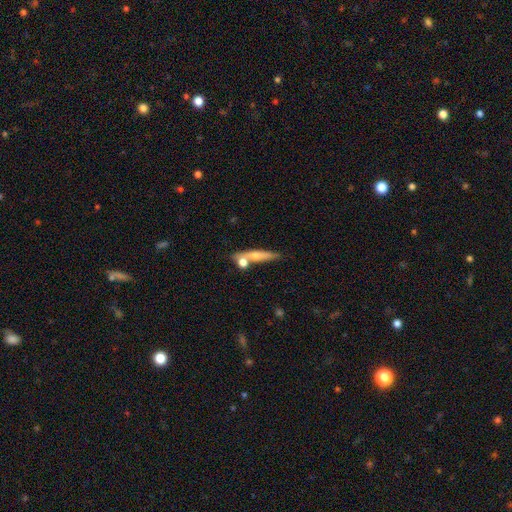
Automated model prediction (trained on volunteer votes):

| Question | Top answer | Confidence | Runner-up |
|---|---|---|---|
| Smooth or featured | smooth | 58% | featured or disk (34%) |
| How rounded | cigar-shaped | 77% | in between (16%) |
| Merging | none | 57% | merger (24%) |